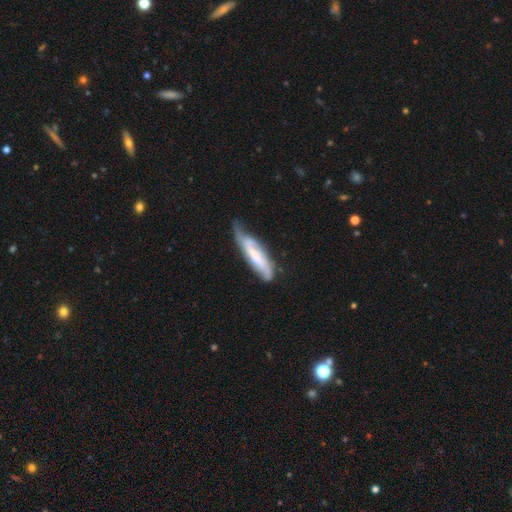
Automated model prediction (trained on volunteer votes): Q: Smooth or featured?
A: featured or disk (58%); runner-up: smooth (36%)
Q: Edge-on disk?
A: no (67%); runner-up: yes (33%)
Q: Merging?
A: none (39%); runner-up: minor disturbance (38%)